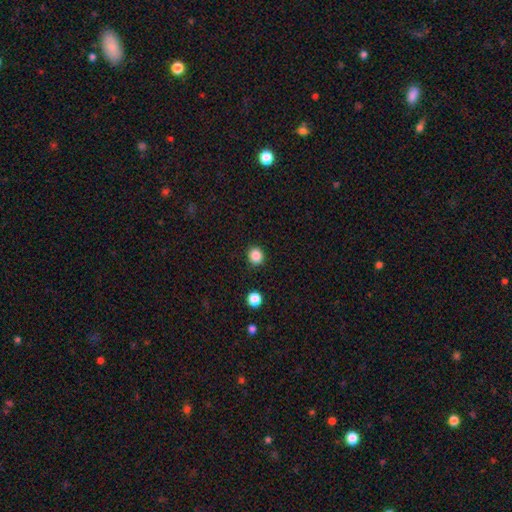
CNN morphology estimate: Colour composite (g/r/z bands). It shows a smooth galaxy with no disk features (86%) that is round (87%). Merging: none (90%).